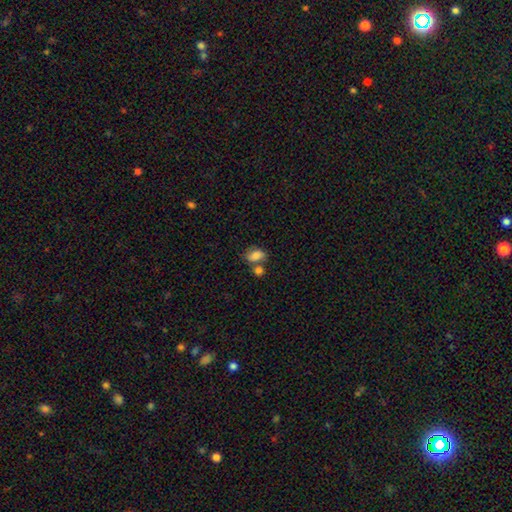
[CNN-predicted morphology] Smooth or featured: smooth — 78% (featured or disk — 12%)
How rounded: in between — 77% (round — 21%)
Merging: none — 41% (merger — 37%)